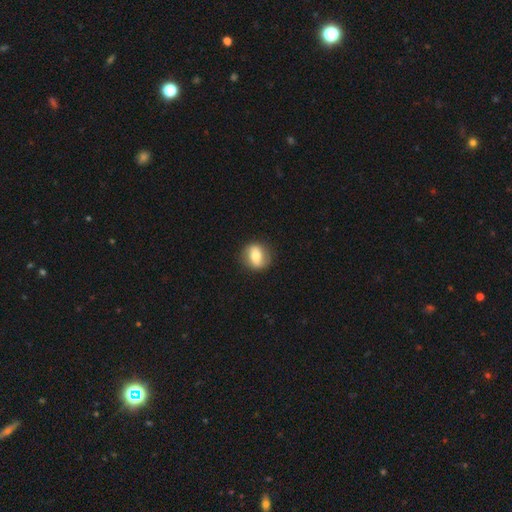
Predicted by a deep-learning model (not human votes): Smooth or featured?
  - smooth: 58% *
  - featured or disk: 34%
  - star or artifact: 8%
How rounded?
  - round: 66% *
  - in between: 32%
  - cigar-shaped: 2%
Merging?
  - none: 86% *
  - minor disturbance: 10%
  - major disturbance: 3%
  - merger: 1%